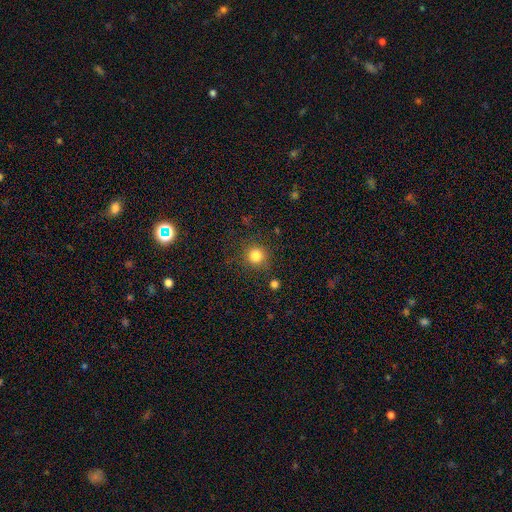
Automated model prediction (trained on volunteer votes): Q: Smooth or featured?
A: smooth (82%); runner-up: star or artifact (13%)
Q: How rounded?
A: round (93%); runner-up: in between (6%)
Q: Merging?
A: none (85%); runner-up: minor disturbance (9%)